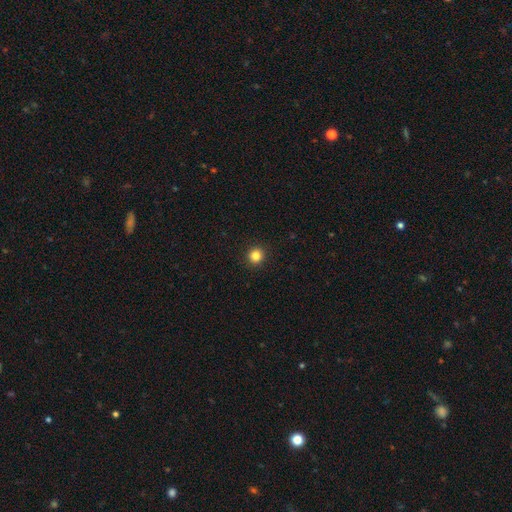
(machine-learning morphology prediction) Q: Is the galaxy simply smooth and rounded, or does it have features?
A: smooth — 84%.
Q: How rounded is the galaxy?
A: round — 93%.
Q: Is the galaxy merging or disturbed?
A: none — 93%.